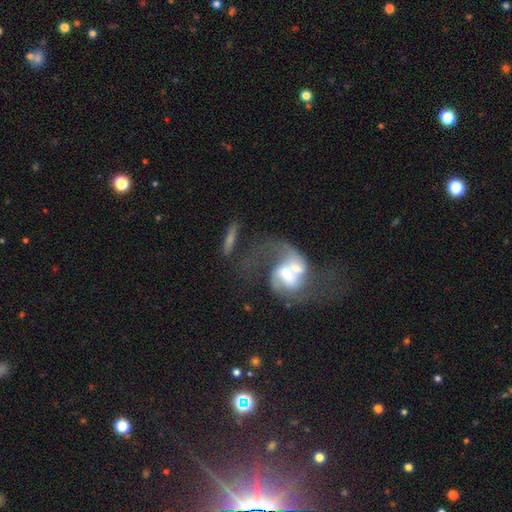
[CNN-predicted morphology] type=featured or disk (73%); edge-on=no (97%); bar=no (51%); spiral arms=yes (80%); winding=loose (57%); arm count=2 (56%); bulge=moderate (49%); merging=merger (42%).